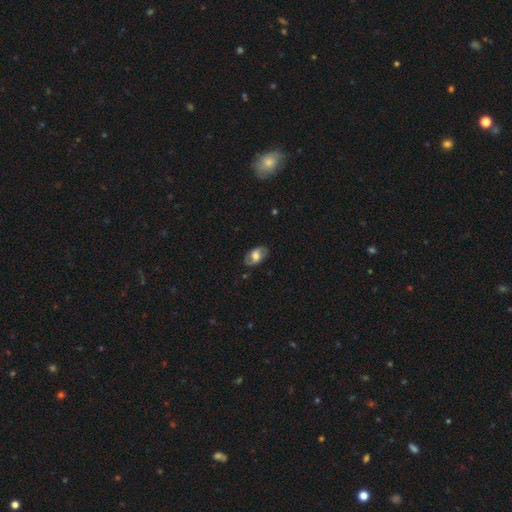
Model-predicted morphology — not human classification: Smooth or featured? featured or disk (54%)
Edge-on disk? no (92%)
Merging? none (80%)